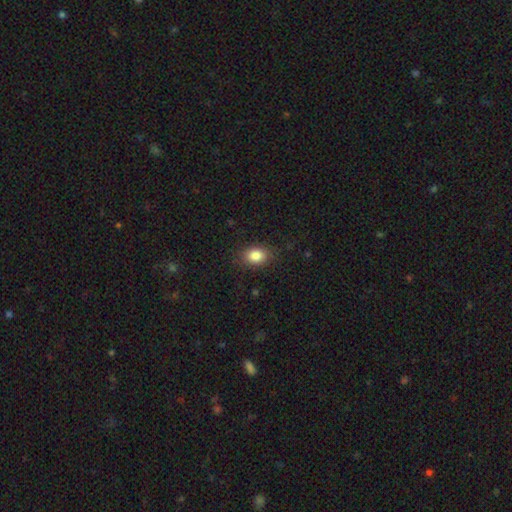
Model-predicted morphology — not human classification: Smooth or featured?
  - smooth: 86% *
  - star or artifact: 9%
  - featured or disk: 5%
How rounded?
  - in between: 72% *
  - round: 27%
  - cigar-shaped: 1%
Merging?
  - none: 85% *
  - minor disturbance: 11%
  - major disturbance: 3%
  - merger: 1%